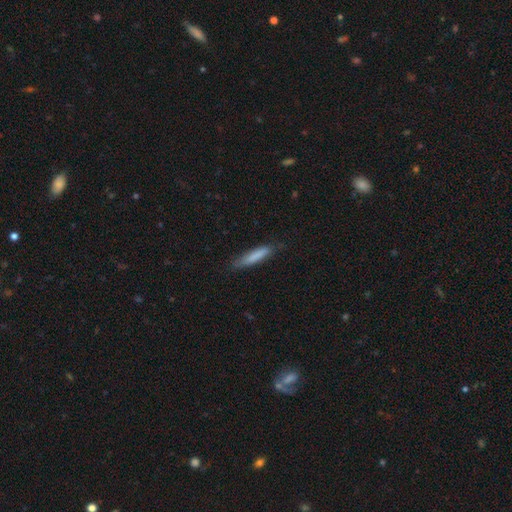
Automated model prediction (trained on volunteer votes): Overall: smooth (79%). How rounded: cigar-shaped (88%). Merging: none (77%).